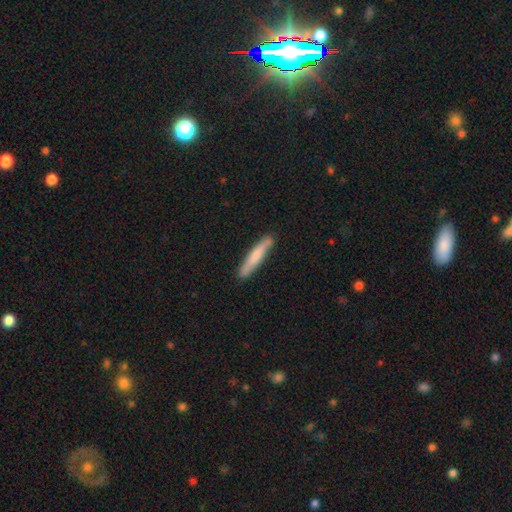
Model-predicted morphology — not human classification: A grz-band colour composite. It shows a smooth galaxy with no disk features (71%) that is cigar-shaped (93%). Merging: none (88%).